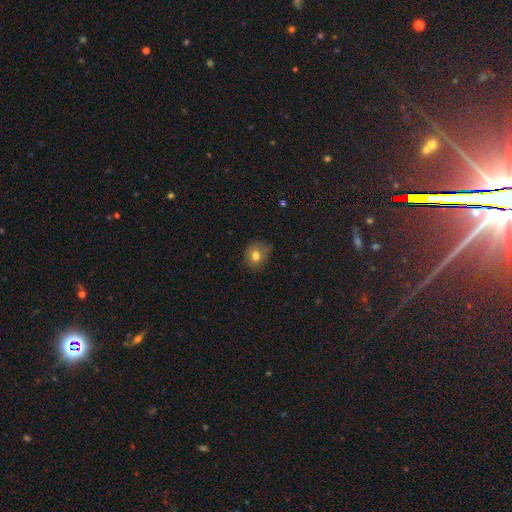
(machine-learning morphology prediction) Overall: smooth (77%). How rounded: round (72%). Merging: none (70%).